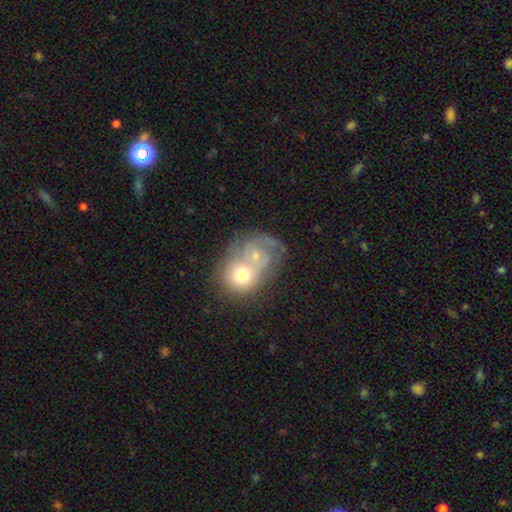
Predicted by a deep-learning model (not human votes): A featured or disk galaxy (47%). Merging: merger (69%).